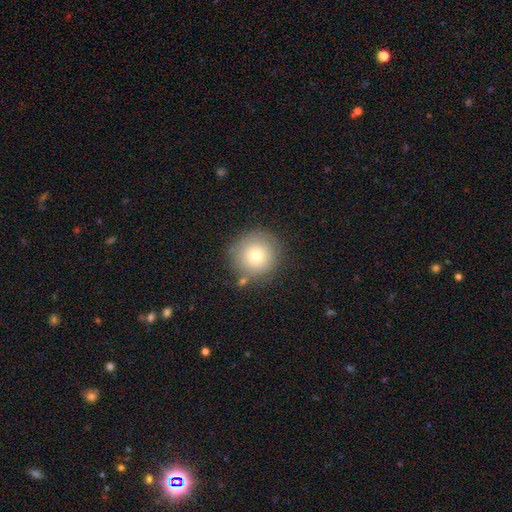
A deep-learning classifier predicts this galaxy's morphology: Smooth or featured?
  - smooth: 73% *
  - featured or disk: 16%
  - star or artifact: 11%
How rounded?
  - round: 95% *
  - in between: 4%
  - cigar-shaped: 1%
Merging?
  - none: 81% *
  - minor disturbance: 11%
  - merger: 5%
  - major disturbance: 4%